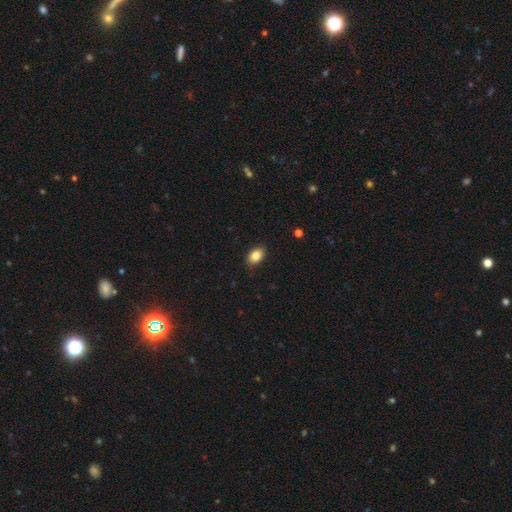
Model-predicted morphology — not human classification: A smooth galaxy with no disk features (85%) that is in between round and cigar-shaped (87%). Merging: none (87%).